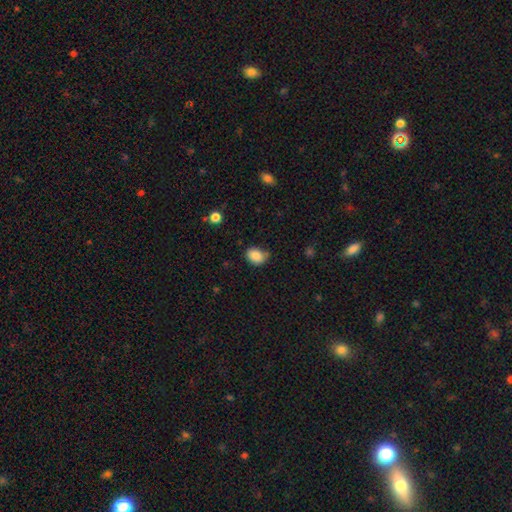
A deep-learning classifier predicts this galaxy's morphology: This appears to be a smooth galaxy with no disk features (86%) that is in between round and cigar-shaped (64%). Merging: none (63%).